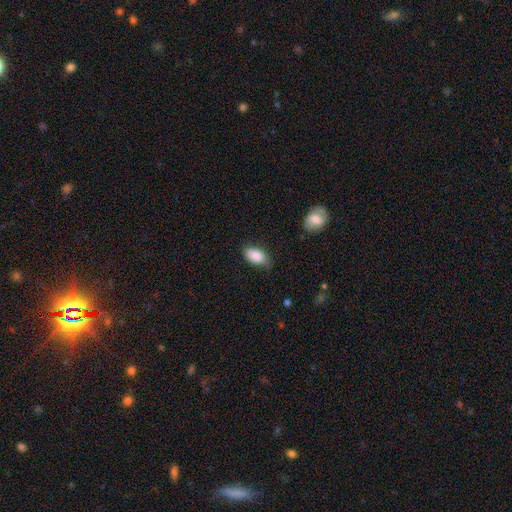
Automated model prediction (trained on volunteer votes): A smooth galaxy with no disk features (87%) that is in between round and cigar-shaped (92%). Merging: none (68%).